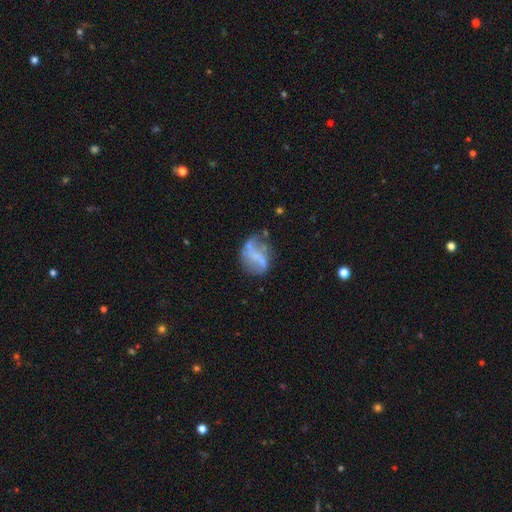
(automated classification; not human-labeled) Q: Smooth or featured?
A: featured or disk (63%); runner-up: smooth (27%)
Q: Edge-on disk?
A: no (96%); runner-up: yes (4%)
Q: Bar?
A: no (34%); runner-up: strong (33%)
Q: Spiral arms?
A: yes (59%); runner-up: no (41%)
Q: Bulge size?
A: none (62%); runner-up: small (25%)
Q: Merging?
A: none (50%); runner-up: minor disturbance (23%)